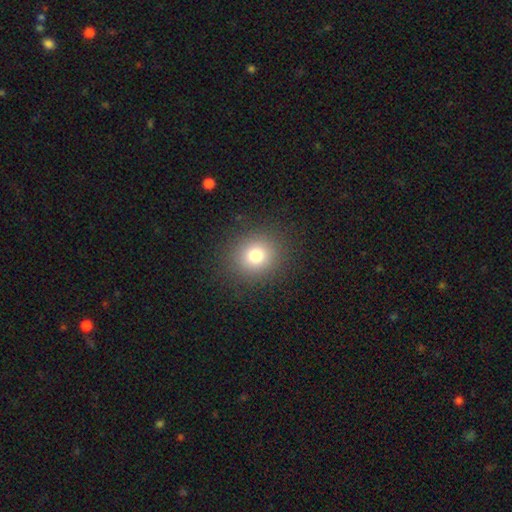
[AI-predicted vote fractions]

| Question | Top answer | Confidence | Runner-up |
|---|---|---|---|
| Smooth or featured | smooth | 78% | star or artifact (14%) |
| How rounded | round | 85% | in between (14%) |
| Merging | none | 89% | minor disturbance (7%) |